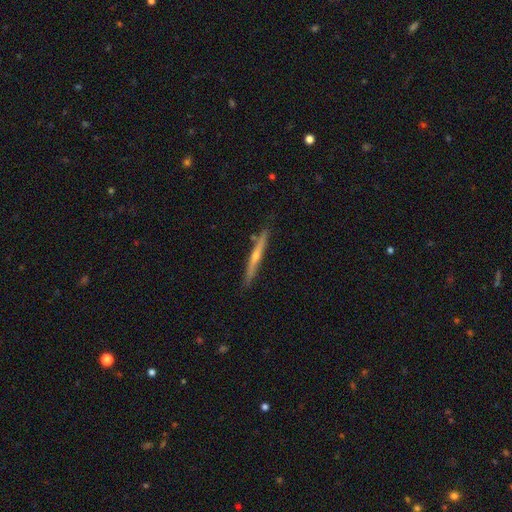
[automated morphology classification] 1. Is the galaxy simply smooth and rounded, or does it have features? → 70% featured or disk, 22% smooth, 7% star or artifact.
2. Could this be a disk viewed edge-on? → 96% yes, 4% no.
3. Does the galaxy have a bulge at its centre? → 77% rounded, 19% none, 4% boxy.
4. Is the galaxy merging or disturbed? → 88% none, 9% minor disturbance, 2% major disturbance, 1% merger.